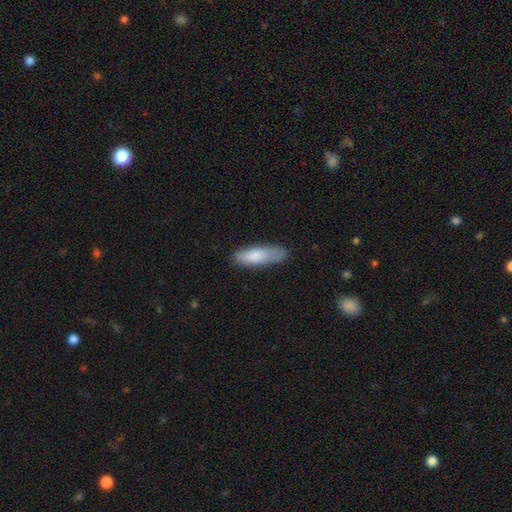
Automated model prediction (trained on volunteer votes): Morphology: type=smooth (80%); roundness=cigar-shaped (52%); merging=none (74%).